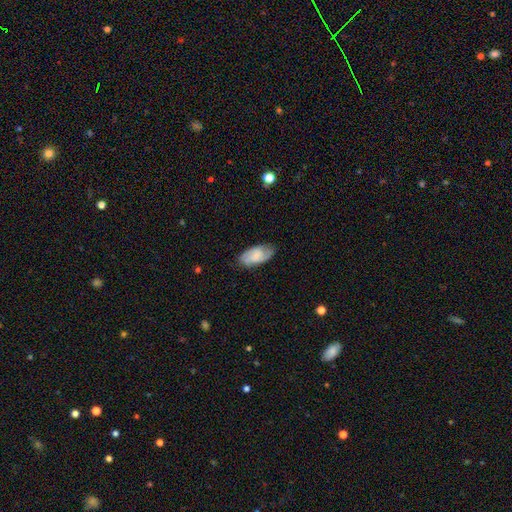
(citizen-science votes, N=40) This is likely a featured or disk galaxy (65%). It is clearly not viewed edge-on (96%). Bar: likely no (68%). Spiral arm pattern: clearly yes (88%). Spiral arm count: possibly 3 (55%). Spiral winding: possibly medium (59%). Central bulge: marginally small (40%). Merging: clearly none (84%).